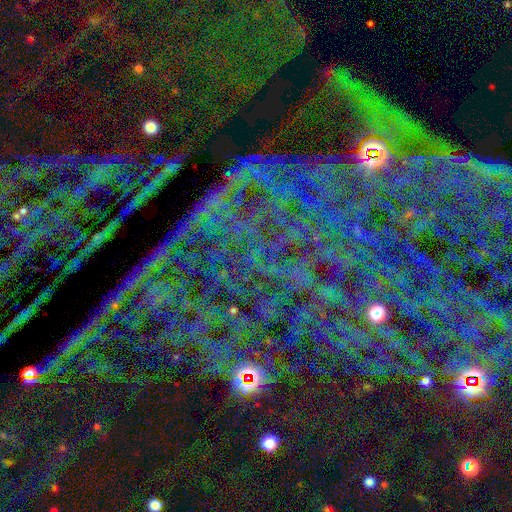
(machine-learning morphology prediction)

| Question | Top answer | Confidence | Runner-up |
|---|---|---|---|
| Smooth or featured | star or artifact | 81% | featured or disk (10%) |